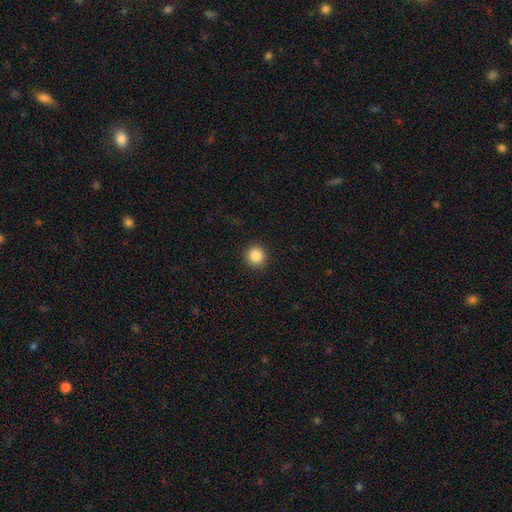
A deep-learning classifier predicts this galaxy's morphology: Smooth or featured: smooth — 86% (star or artifact — 10%)
How rounded: round — 93% (in between — 6%)
Merging: none — 93% (minor disturbance — 5%)